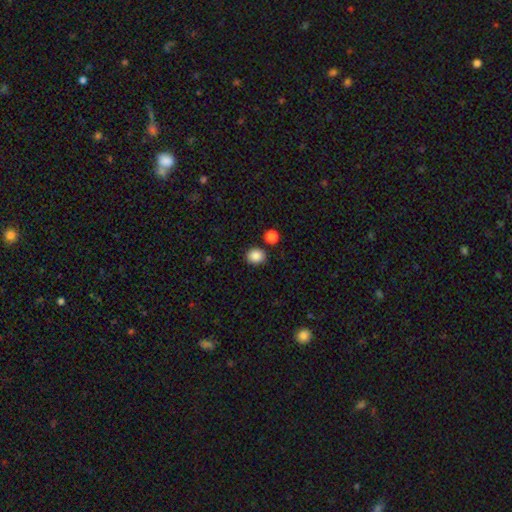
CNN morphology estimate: smooth_or_featured: smooth (p=0.86) [alt: star or artifact p=0.10]
how_rounded: round (p=0.78) [alt: in between p=0.22]
merging: none (p=0.86) [alt: minor disturbance p=0.07]